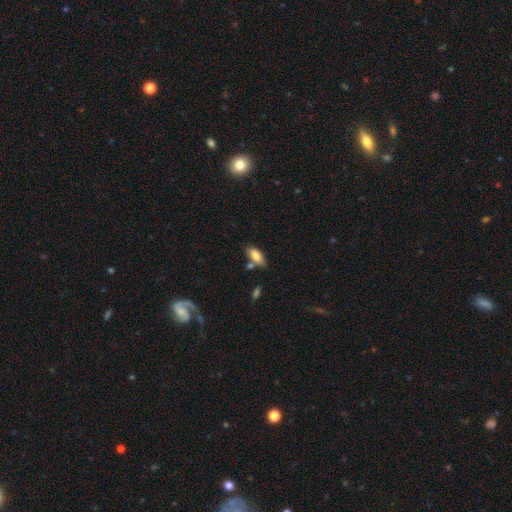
A smooth galaxy with no disk features (84%) that is in between round and cigar-shaped (90%).

Vote fractions:
- Smooth or featured? smooth: 84% / featured or disk: 14% / star or artifact: 3%
- How rounded? in between: 90% / cigar-shaped: 10% / round: 0%
- Merging? none: 61% / minor disturbance: 14% / merger: 14% / major disturbance: 11%